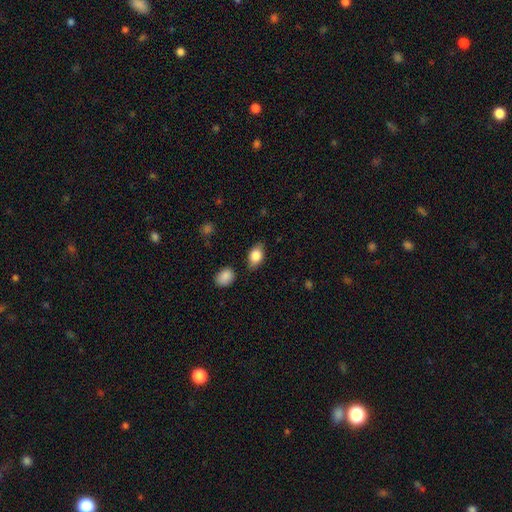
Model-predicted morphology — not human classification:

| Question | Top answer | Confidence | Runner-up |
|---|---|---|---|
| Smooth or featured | smooth | 82% | featured or disk (11%) |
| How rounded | in between | 84% | round (14%) |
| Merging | none | 81% | minor disturbance (13%) |